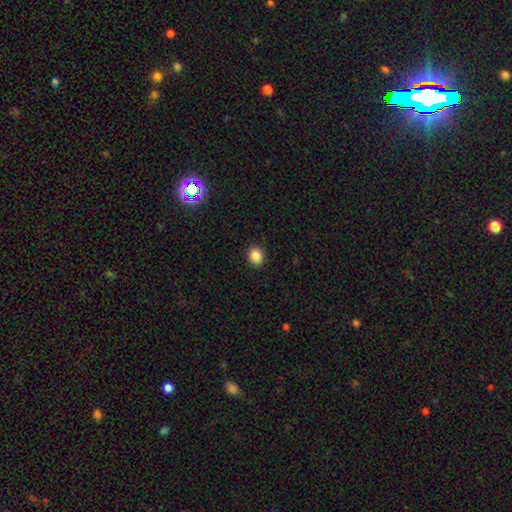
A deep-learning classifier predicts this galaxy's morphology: Smooth or featured? Predicted: smooth (p=0.87). How rounded? Predicted: round (p=0.69). Merging? Predicted: none (p=0.91).